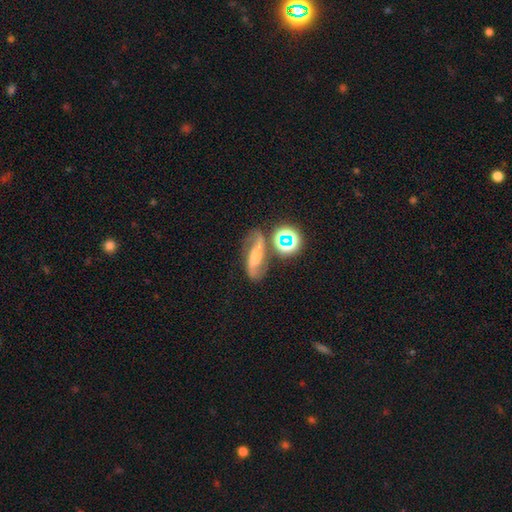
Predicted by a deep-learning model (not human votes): Smooth or featured? featured or disk (64%)
Edge-on disk? no (89%)
Bar? strong (40%)
Spiral arms? yes (92%)
Spiral winding? loose (58%)
Spiral arm count? 2 (90%)
Bulge size? moderate (39%)
Merging? none (64%)